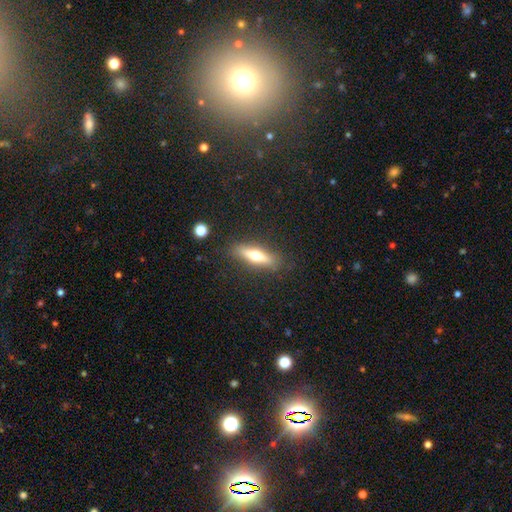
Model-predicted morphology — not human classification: Overall: smooth (49%; featured or disk 44%). Merging: none (86%).